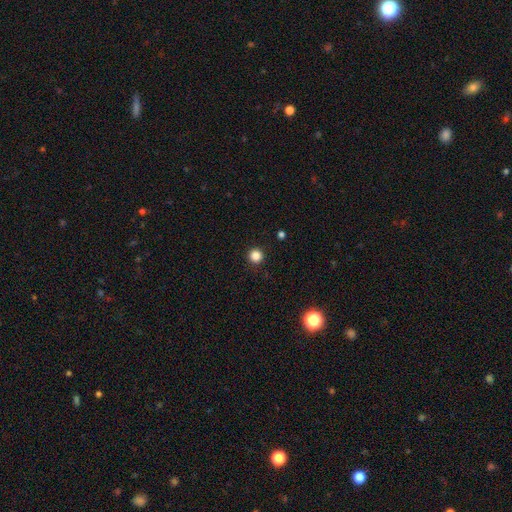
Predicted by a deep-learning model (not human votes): smooth-or-featured: smooth: 85% | star or artifact: 12% | featured or disk: 3%
  how-rounded: round: 96% | in between: 3% | cigar-shaped: 1%
  merging: none: 93% | minor disturbance: 5% | major disturbance: 2% | merger: 1%